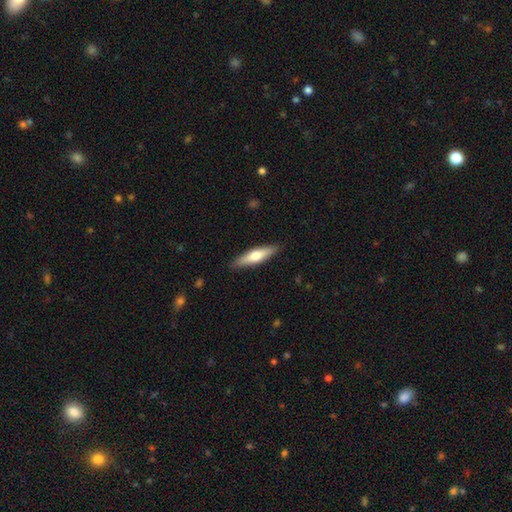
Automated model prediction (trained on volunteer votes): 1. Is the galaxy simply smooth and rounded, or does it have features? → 57% smooth, 38% featured or disk, 5% star or artifact.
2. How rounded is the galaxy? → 72% cigar-shaped, 26% in between, 2% round.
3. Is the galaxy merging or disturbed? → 89% none, 9% minor disturbance, 2% major disturbance, 1% merger.